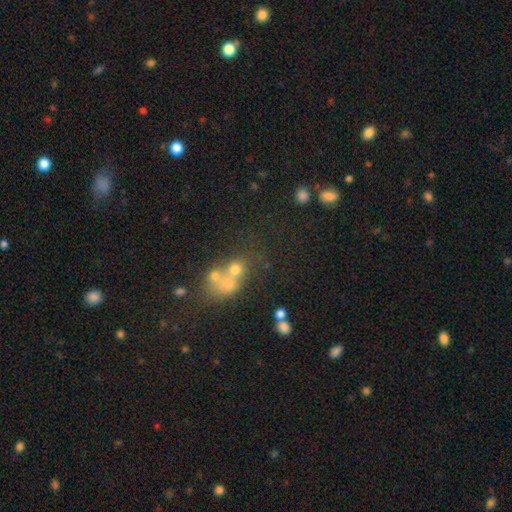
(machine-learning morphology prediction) smooth_or_featured: smooth (p=0.42) [alt: star or artifact p=0.41]
merging: none (p=0.44) [alt: merger p=0.39]